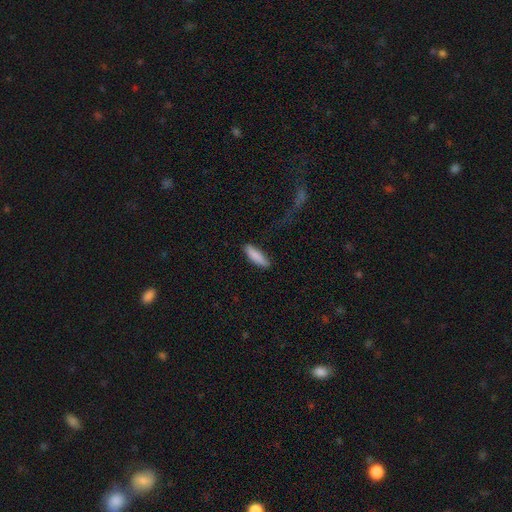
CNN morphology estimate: type=smooth (86%); roundness=cigar-shaped (63%); merging=none (81%).